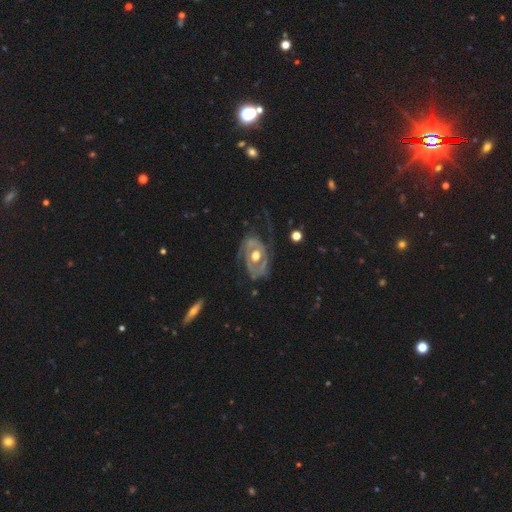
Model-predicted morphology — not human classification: Smooth or featured? Predicted: featured or disk (p=0.84). Edge-on disk? Predicted: no (p=0.96). Bar? Predicted: no (p=0.70). Spiral arms? Predicted: yes (p=0.77). Spiral winding? Predicted: tight (p=0.44). Spiral arm count? Predicted: 2 (p=0.57). Bulge size? Predicted: moderate (p=0.73). Merging? Predicted: none (p=0.53).